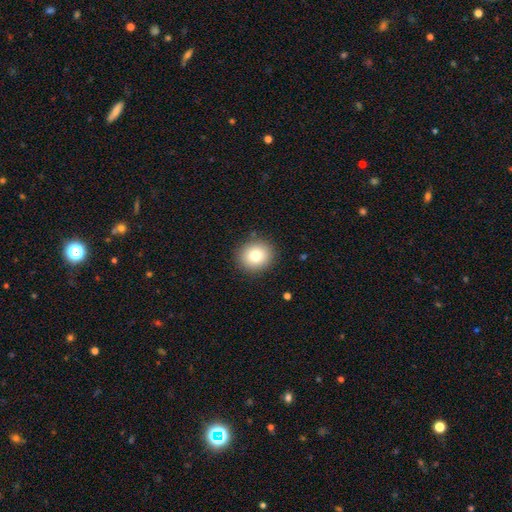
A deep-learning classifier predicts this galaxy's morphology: smooth 78%, star or artifact 11%, featured or disk 11%. Down the decision tree: how rounded — round (84%); merging — none (89%).